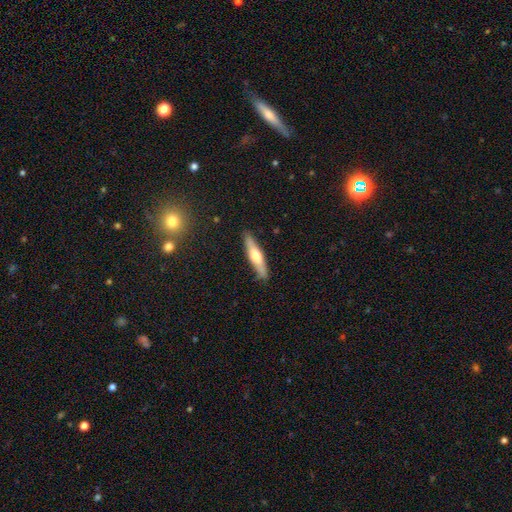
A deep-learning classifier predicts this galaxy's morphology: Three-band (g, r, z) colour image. It shows a smooth galaxy with no disk features (50%). Merging: none (87%).